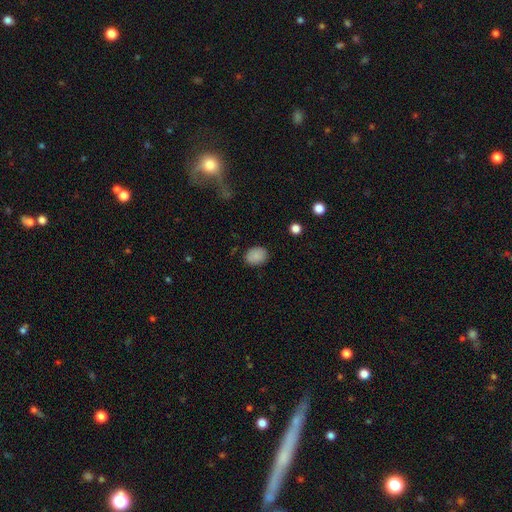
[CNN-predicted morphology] type=smooth (87%); roundness=in between (63%); merging=none (85%).